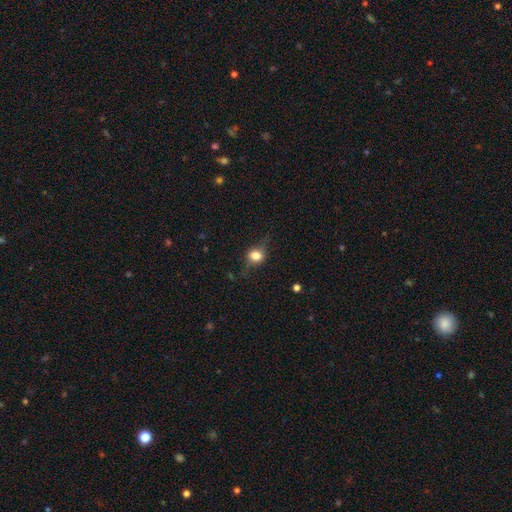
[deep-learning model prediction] Overall: smooth (59%; featured or disk 30%). How rounded: round (60%; in between 37%). Merging: none (70%).